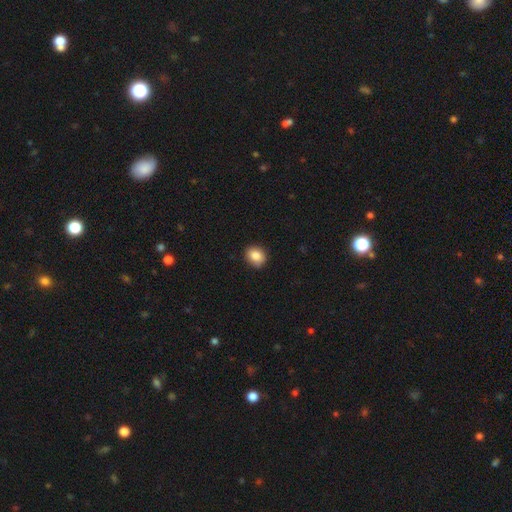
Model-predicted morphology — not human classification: Q: Smooth or featured?
A: smooth (85%); runner-up: star or artifact (9%)
Q: How rounded?
A: round (64%); runner-up: in between (35%)
Q: Merging?
A: none (85%); runner-up: minor disturbance (12%)